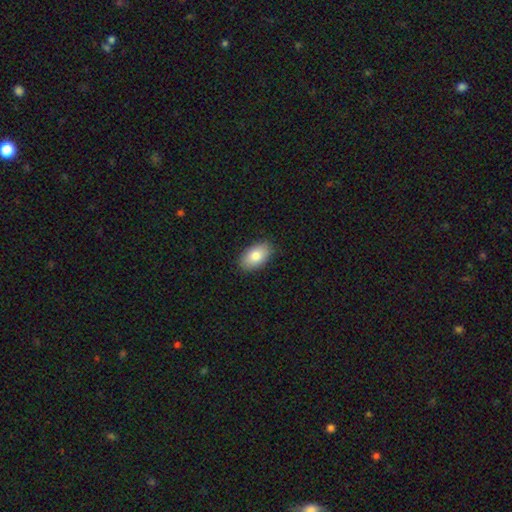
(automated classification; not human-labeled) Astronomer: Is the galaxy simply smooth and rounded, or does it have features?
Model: smooth — 81%.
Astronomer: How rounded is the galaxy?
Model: in between — 93%.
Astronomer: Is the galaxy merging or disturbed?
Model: none — 88%.